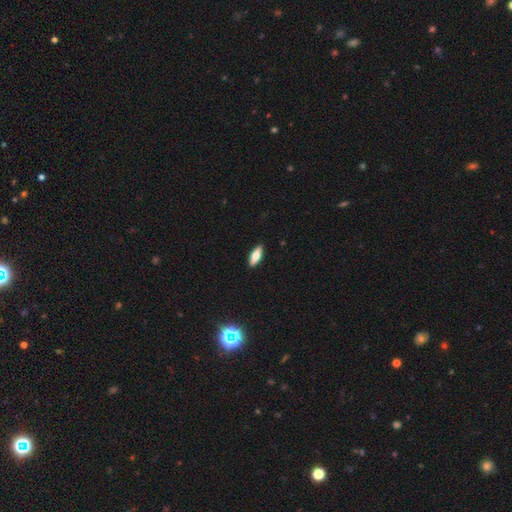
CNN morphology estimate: Smooth or featured? smooth (65%)
How rounded? in between (66%)
Merging? none (91%)